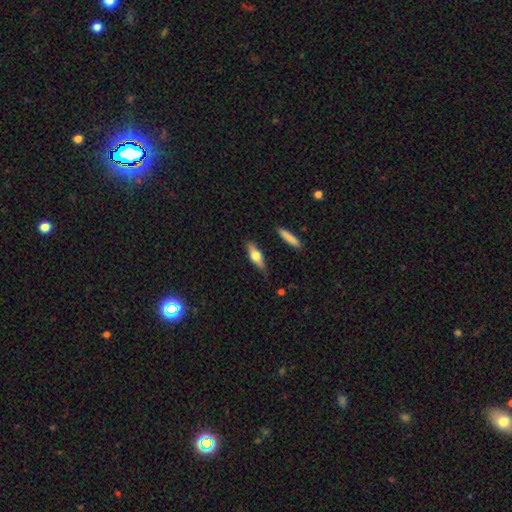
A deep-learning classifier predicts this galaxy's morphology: A smooth galaxy with no disk features (51%) that is cigar-shaped (57%).

Vote fractions:
- Smooth or featured? smooth: 51% / featured or disk: 42% / star or artifact: 6%
- How rounded? cigar-shaped: 57% / in between: 40% / round: 3%
- Merging? none: 74% / minor disturbance: 19% / major disturbance: 4% / merger: 3%